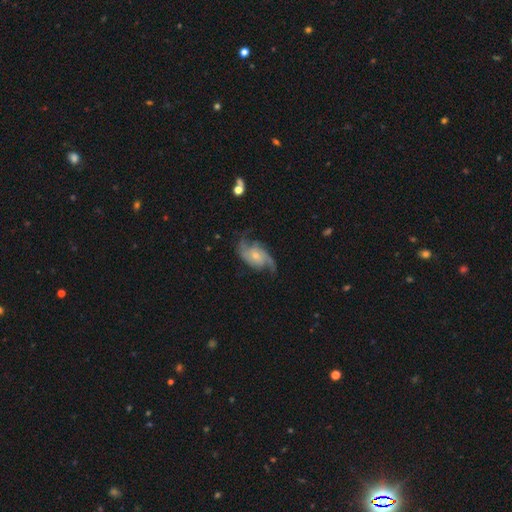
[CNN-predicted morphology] Smooth or featured?
  - featured or disk: 85% *
  - smooth: 10%
  - star or artifact: 6%
Edge-on disk?
  - no: 97% *
  - yes: 3%
Bar?
  - no: 65% *
  - weak: 29%
  - strong: 6%
Spiral arms?
  - yes: 96% *
  - no: 4%
Spiral winding?
  - medium: 43% *
  - loose: 41%
  - tight: 16%
Spiral arm count?
  - 2: 76% *
  - 3: 10%
  - can't tell: 7%
  - 1: 3%
  - 4: 3%
  - more than 4: 2%
Bulge size?
  - small: 60% *
  - moderate: 34%
  - none: 3%
  - large: 2%
  - dominant: 1%
Merging?
  - none: 67% *
  - minor disturbance: 20%
  - major disturbance: 11%
  - merger: 2%